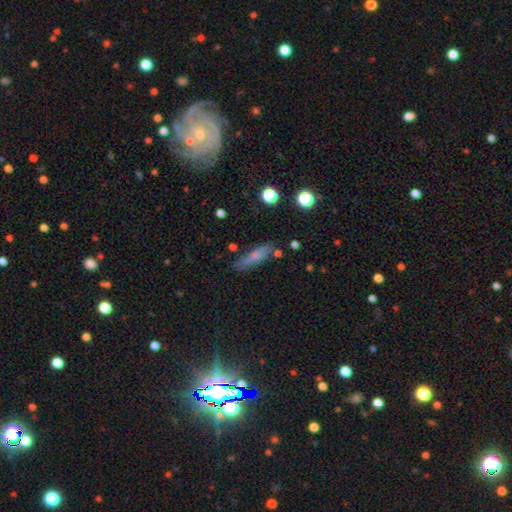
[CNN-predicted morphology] This is likely a smooth galaxy (62%). How rounded: likely cigar-shaped (69%). Merging: likely none (77%).